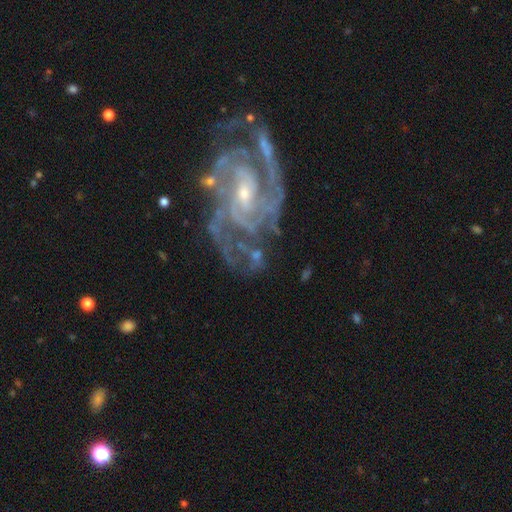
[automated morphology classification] A featured or disk galaxy (88%) with no bar (48%), 3 (24%) tight (51%) spiral arms (96%) and a small central bulge (70%).

Vote fractions:
- Smooth or featured? featured or disk: 88% / star or artifact: 7% / smooth: 5%
- Edge-on disk? no: 97% / yes: 3%
- Bar? no: 48% / weak: 38% / strong: 14%
- Spiral arms? yes: 96% / no: 4%
- Spiral winding? tight: 51% / medium: 40% / loose: 9%
- Spiral arm count? 3: 24% / 2: 23% / can't tell: 21% / 4: 16% / more than 4: 8% / 1: 7%
- Bulge size? small: 70% / moderate: 24% / none: 3% / large: 2% / dominant: 1%
- Merging? none: 52% / minor disturbance: 21% / major disturbance: 20% / merger: 7%